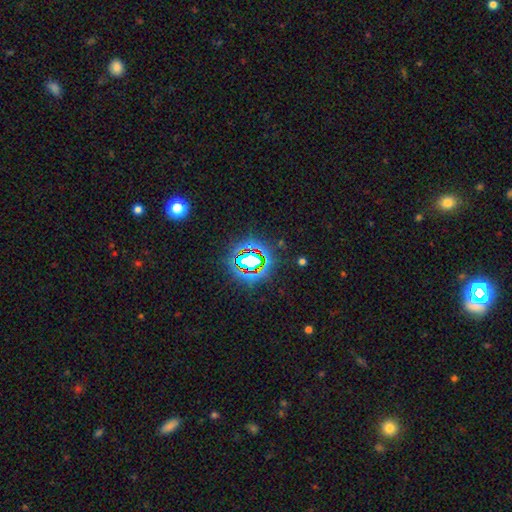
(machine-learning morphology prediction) A star or artifact, not a galaxy (76%).

Vote fractions:
- Smooth or featured? star or artifact: 76% / smooth: 15% / featured or disk: 9%